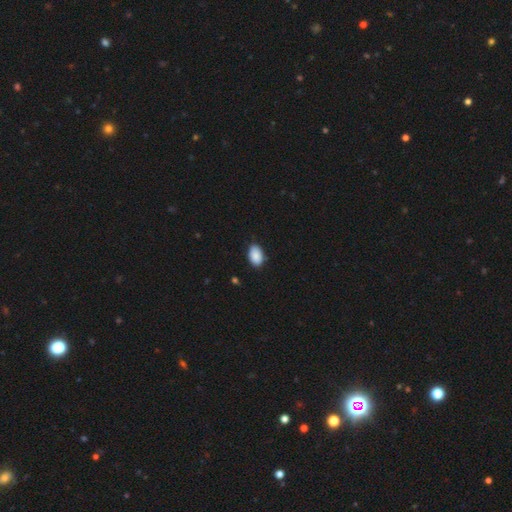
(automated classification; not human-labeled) smooth 89%, star or artifact 7%, featured or disk 4%. Down the decision tree: how rounded — in between (91%); merging — none (85%).